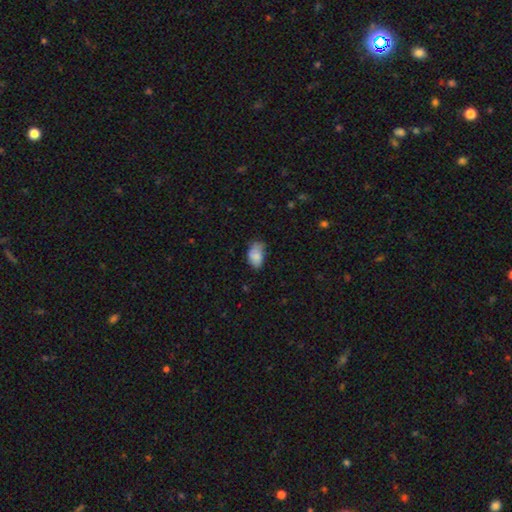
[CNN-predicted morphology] The model was most divided on "merging": none: 44%, minor disturbance: 41%, major disturbance: 12%, merger: 3%. More confident: how rounded — in between (88%); smooth or featured — smooth (79%).